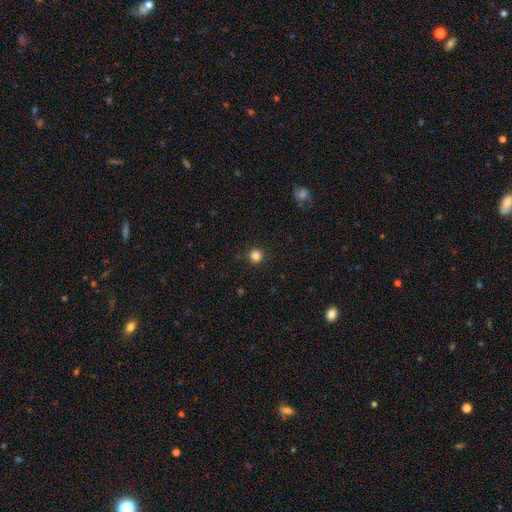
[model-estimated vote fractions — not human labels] A smooth galaxy with no disk features (85%) that is round (95%).

Vote fractions:
- Smooth or featured? smooth: 85% / star or artifact: 12% / featured or disk: 3%
- How rounded? round: 95% / in between: 4% / cigar-shaped: 1%
- Merging? none: 92% / minor disturbance: 5% / major disturbance: 2% / merger: 1%